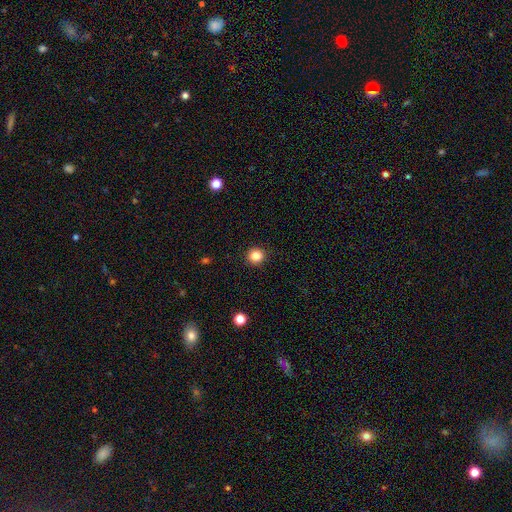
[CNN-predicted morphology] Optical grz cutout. It shows a smooth galaxy with no disk features (85%) that is round (92%). Merging: none (92%).